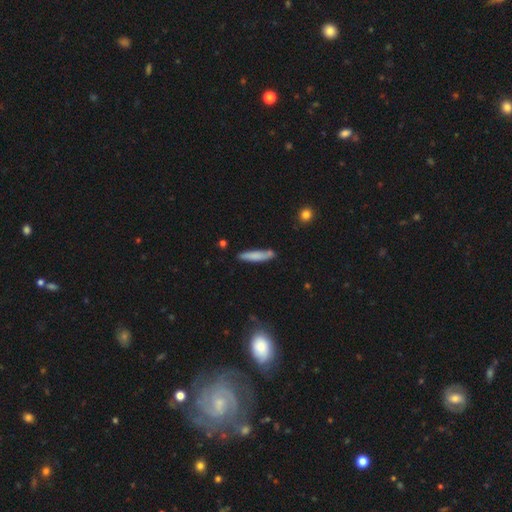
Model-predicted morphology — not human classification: Smooth or featured: smooth — 76% (featured or disk — 18%)
How rounded: cigar-shaped — 85% (in between — 14%)
Merging: none — 74% (minor disturbance — 17%)